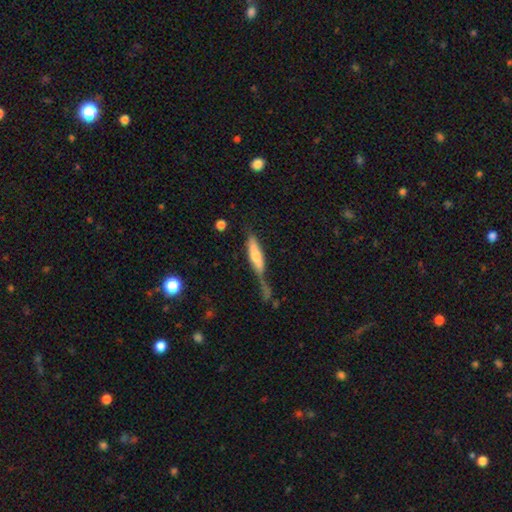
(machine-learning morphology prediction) Smooth or featured? Predicted: smooth (p=0.61). How rounded? Predicted: cigar-shaped (p=0.72). Merging? Predicted: none (p=0.30).